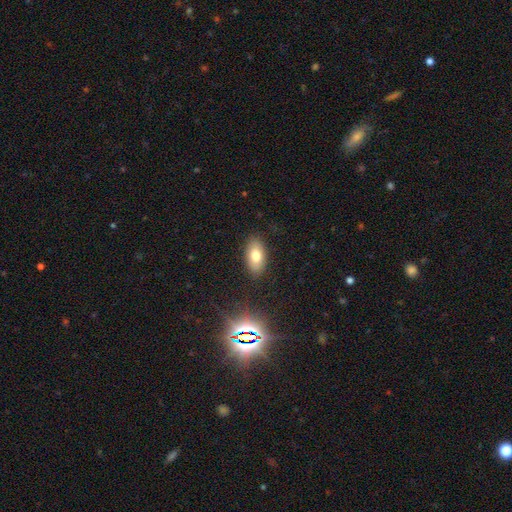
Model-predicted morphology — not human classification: Smooth or featured? smooth (75%)
How rounded? in between (92%)
Merging? none (87%)